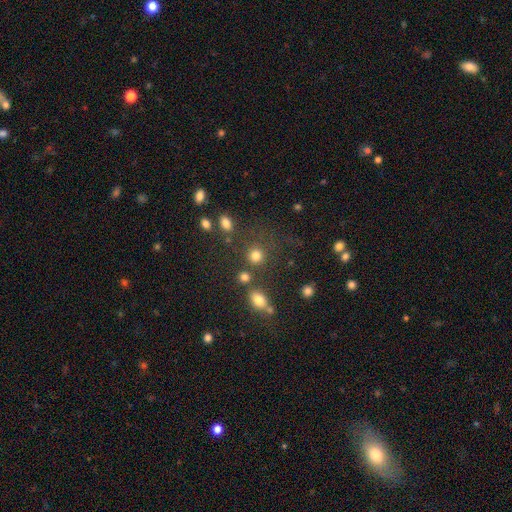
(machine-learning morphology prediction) Q: Smooth or featured?
A: smooth (78%); runner-up: star or artifact (15%)
Q: How rounded?
A: round (86%); runner-up: in between (13%)
Q: Merging?
A: none (71%); runner-up: merger (13%)